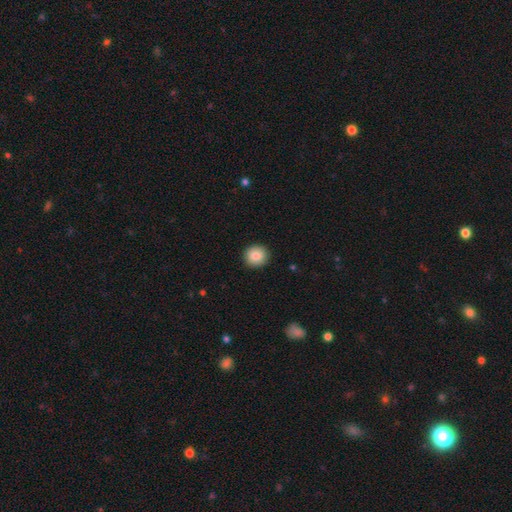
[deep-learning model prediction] Morphology: type=smooth (85%); roundness=round (91%); merging=none (92%).